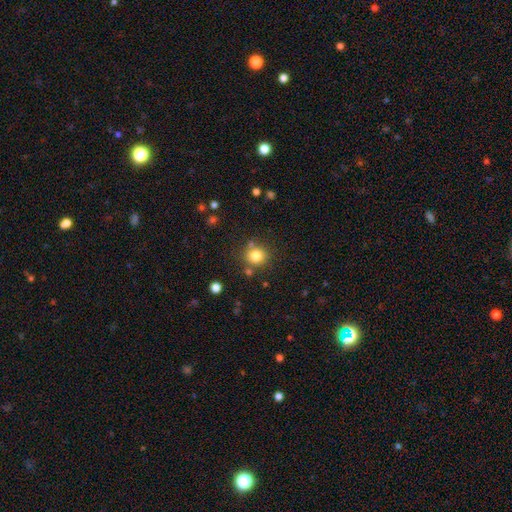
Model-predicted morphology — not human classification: Overall: smooth (81%). How rounded: round (89%). Merging: none (78%).